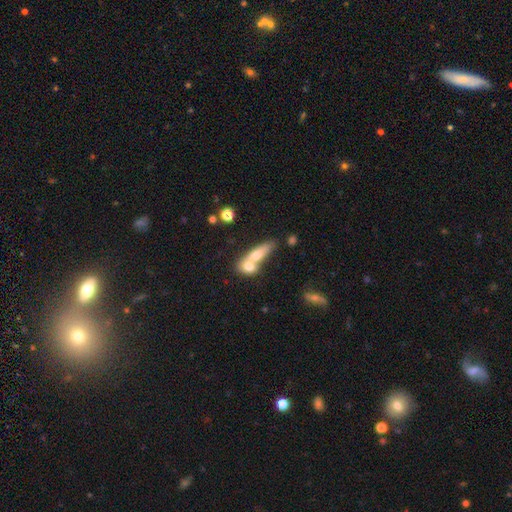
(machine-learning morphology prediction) A smooth galaxy with no disk features (65%) that is in between round and cigar-shaped (45%).

Vote fractions:
- Smooth or featured? smooth: 65% / featured or disk: 27% / star or artifact: 8%
- How rounded? in between: 45% / cigar-shaped: 42% / round: 13%
- Merging? merger: 62% / none: 25% / minor disturbance: 8% / major disturbance: 5%